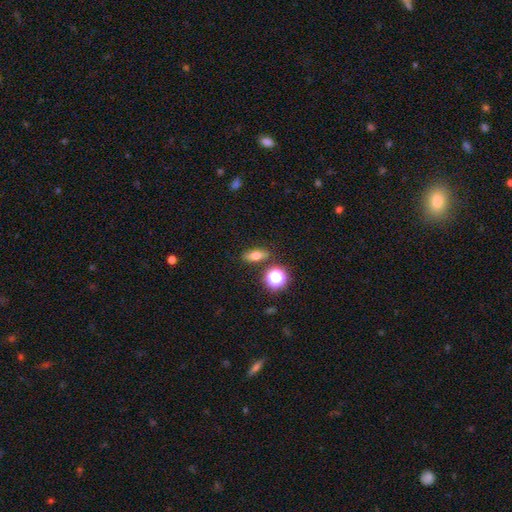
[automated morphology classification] type=smooth (68%); roundness=in between (63%); merging=none (84%).